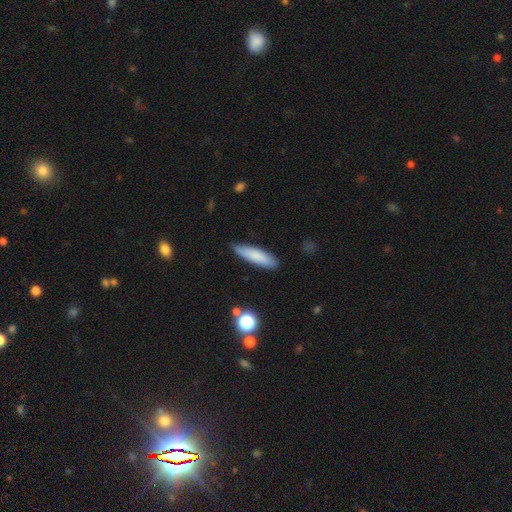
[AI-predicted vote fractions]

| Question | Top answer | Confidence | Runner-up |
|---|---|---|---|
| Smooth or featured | smooth | 79% | featured or disk (14%) |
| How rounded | cigar-shaped | 75% | in between (24%) |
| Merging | none | 82% | minor disturbance (15%) |